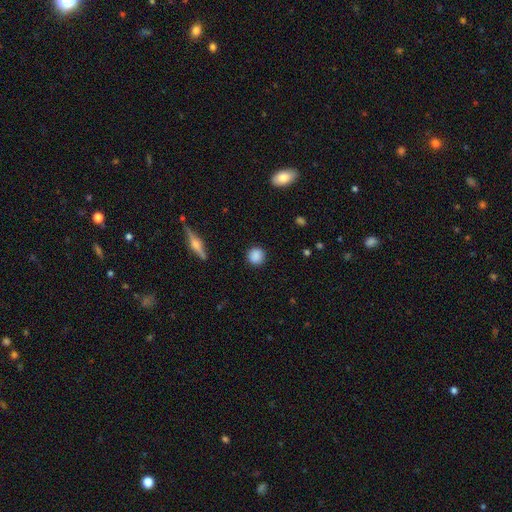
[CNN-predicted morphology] Smooth or featured?
  - smooth: 86% *
  - star or artifact: 9%
  - featured or disk: 6%
How rounded?
  - round: 92% *
  - in between: 6%
  - cigar-shaped: 1%
Merging?
  - none: 90% *
  - minor disturbance: 7%
  - major disturbance: 2%
  - merger: 1%